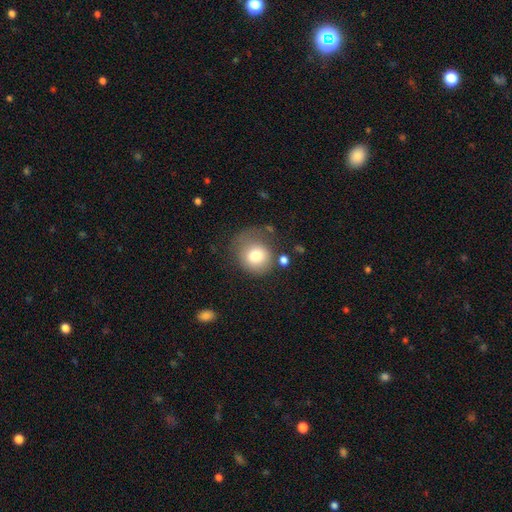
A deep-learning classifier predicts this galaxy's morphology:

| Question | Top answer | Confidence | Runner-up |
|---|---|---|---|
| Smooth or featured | smooth | 77% | featured or disk (14%) |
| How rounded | round | 83% | in between (16%) |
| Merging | none | 49% | minor disturbance (26%) |